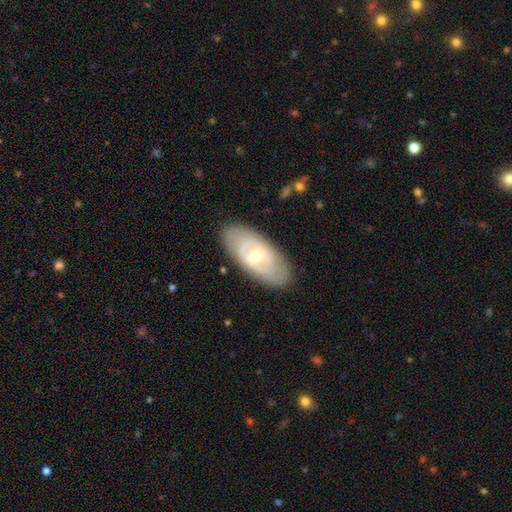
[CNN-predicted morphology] Smooth or featured?
  - featured or disk: 66% *
  - smooth: 28%
  - star or artifact: 5%
Edge-on disk?
  - no: 90% *
  - yes: 10%
Bar?
  - no: 44% *
  - weak: 41%
  - strong: 15%
Spiral arms?
  - yes: 58% *
  - no: 42%
Bulge size?
  - small: 48% * (tied)
  - moderate: 48% * (tied)
  - large: 3%
  - none: 1%
  - dominant: 1%
Merging?
  - none: 84% *
  - minor disturbance: 12%
  - major disturbance: 3%
  - merger: 1%